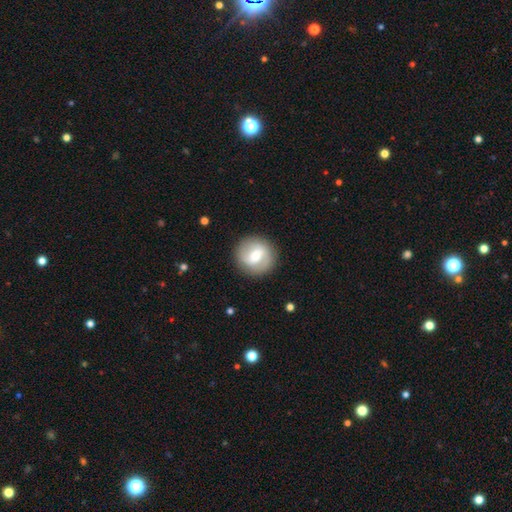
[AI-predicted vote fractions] This is possibly a featured or disk galaxy (51%). It is clearly not viewed edge-on (96%). Merging: clearly none (88%).